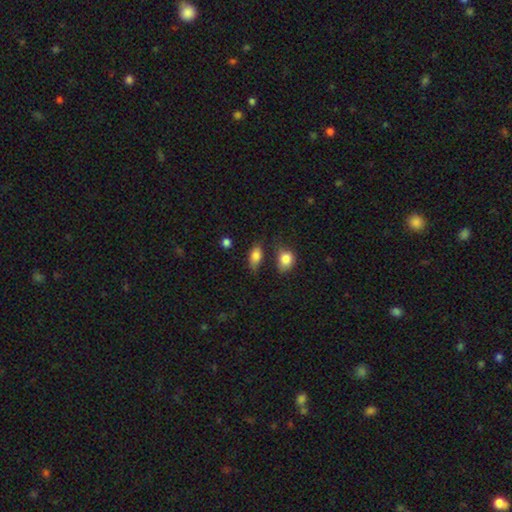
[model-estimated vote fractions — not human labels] A smooth galaxy with no disk features (83%) that is in between round and cigar-shaped (87%). Merging: none (59%).